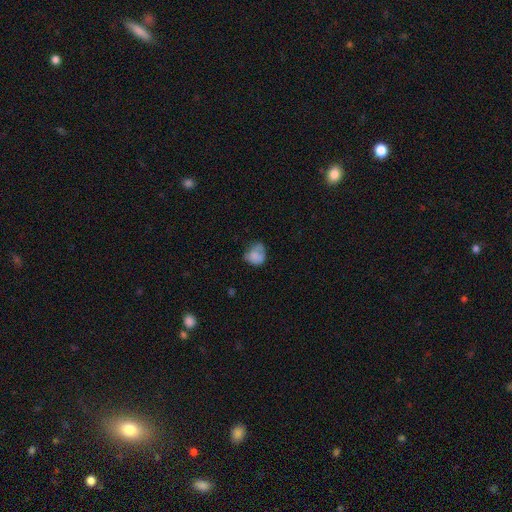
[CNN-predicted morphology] This is likely a smooth galaxy (73%). How rounded: possibly round (56%). Merging: marginally none (38%).